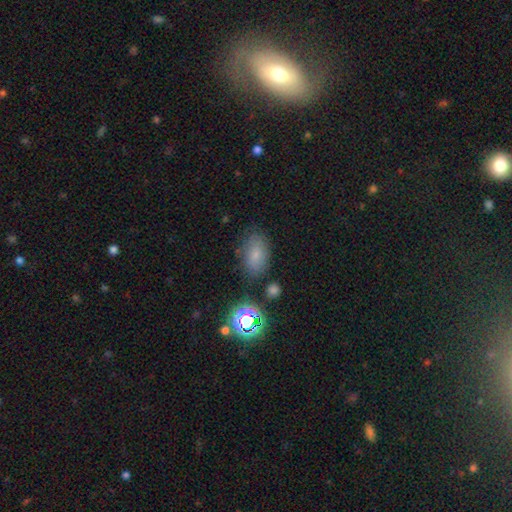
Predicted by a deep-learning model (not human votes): This is likely a smooth galaxy (71%). How rounded: clearly in between (87%). Merging: likely none (75%).